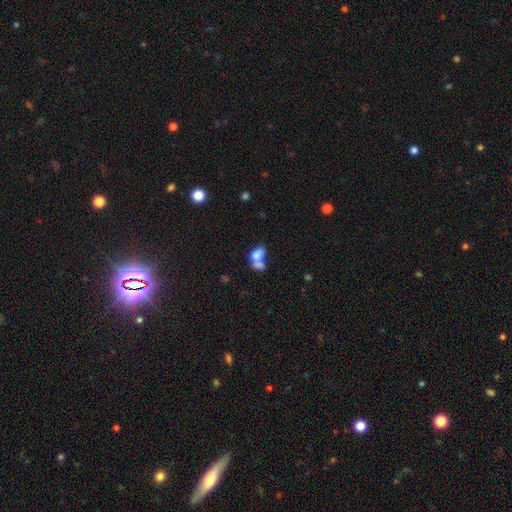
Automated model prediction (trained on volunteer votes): smooth_or_featured: smooth (p=0.75) [alt: featured or disk p=0.16]
how_rounded: in between (p=0.83) [alt: round p=0.15]
merging: merger (p=0.64) [alt: none p=0.20]